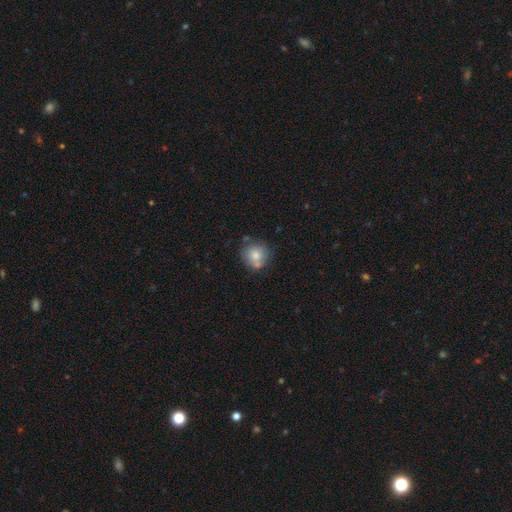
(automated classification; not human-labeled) The model was most divided on "merging": none: 61%, minor disturbance: 19%, merger: 15%, major disturbance: 5%. More confident: how rounded — round (86%); smooth or featured — smooth (74%).